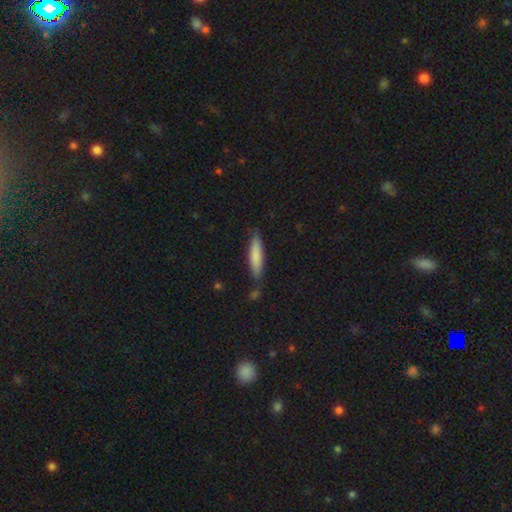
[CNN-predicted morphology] smooth-or-featured: smooth: 78% | featured or disk: 16% | star or artifact: 6%
  how-rounded: cigar-shaped: 81% | in between: 18% | round: 1%
  merging: none: 76% | minor disturbance: 17% | merger: 4% | major disturbance: 3%